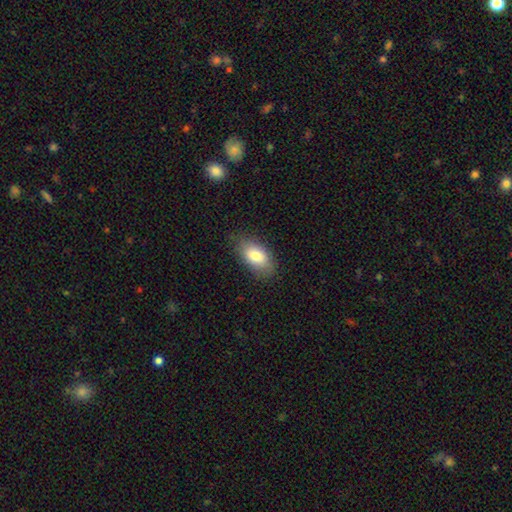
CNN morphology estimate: Overall: smooth (80%). How rounded: in between (91%). Merging: none (79%).